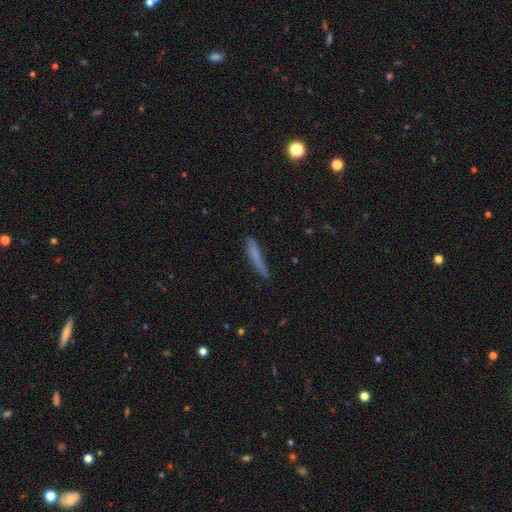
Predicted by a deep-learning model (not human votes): This is likely a smooth galaxy (70%). How rounded: clearly cigar-shaped (93%). Merging: likely none (69%).